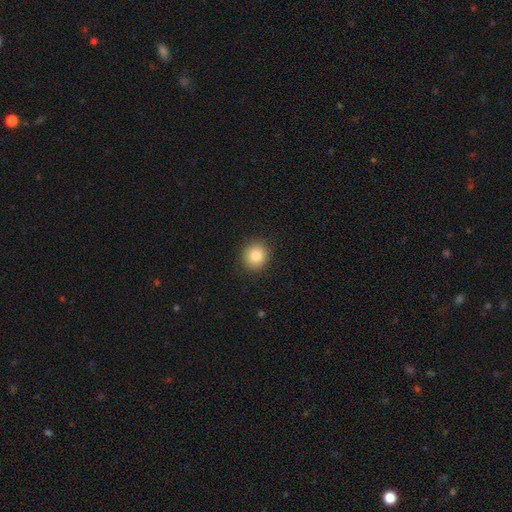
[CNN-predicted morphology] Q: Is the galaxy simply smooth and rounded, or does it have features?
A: smooth — 84%.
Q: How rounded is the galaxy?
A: round — 86%.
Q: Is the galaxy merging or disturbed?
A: none — 91%.